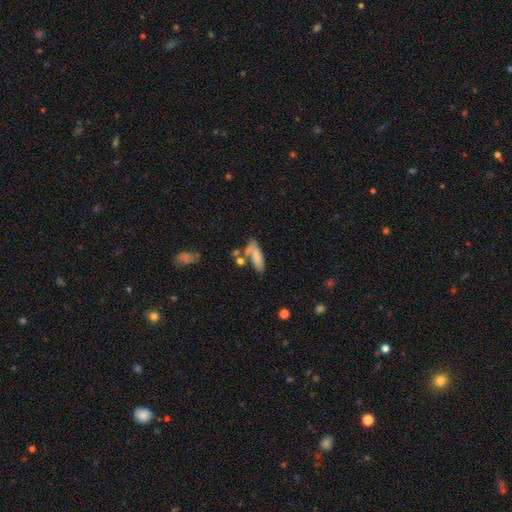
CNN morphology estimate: smooth_or_featured: smooth (p=0.76) [alt: featured or disk p=0.16]
how_rounded: in between (p=0.56) [alt: cigar-shaped p=0.41]
merging: none (p=0.46) [alt: merger p=0.24]